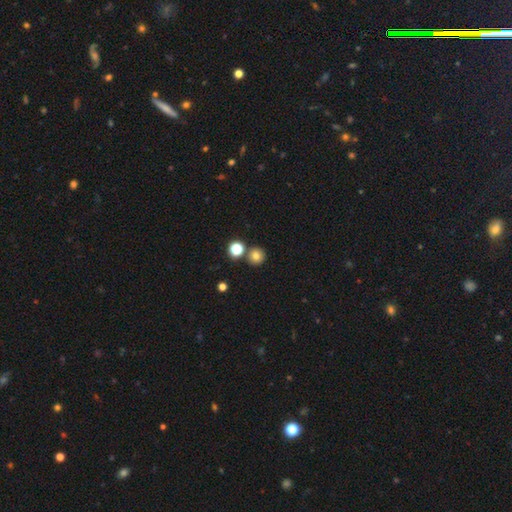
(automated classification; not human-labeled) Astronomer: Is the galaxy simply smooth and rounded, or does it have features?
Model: smooth — 77%.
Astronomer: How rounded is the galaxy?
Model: round — 93%.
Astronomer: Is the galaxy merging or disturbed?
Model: none — 79%.